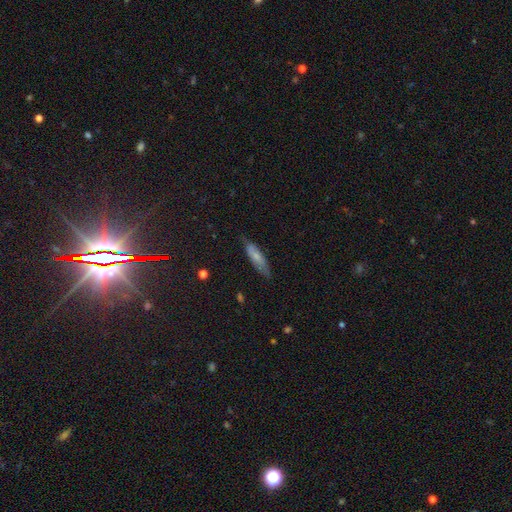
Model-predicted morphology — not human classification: Smooth or featured: smooth — 65% (featured or disk — 28%)
How rounded: cigar-shaped — 58% (in between — 40%)
Merging: none — 71% (minor disturbance — 23%)